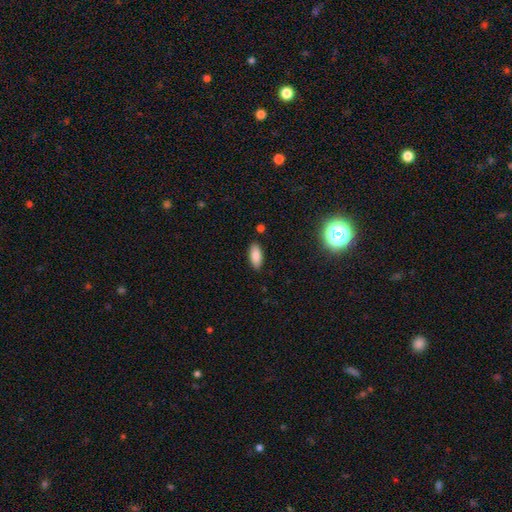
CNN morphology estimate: Smooth or featured? Predicted: smooth (p=0.84). How rounded? Predicted: in between (p=0.85). Merging? Predicted: none (p=0.88).